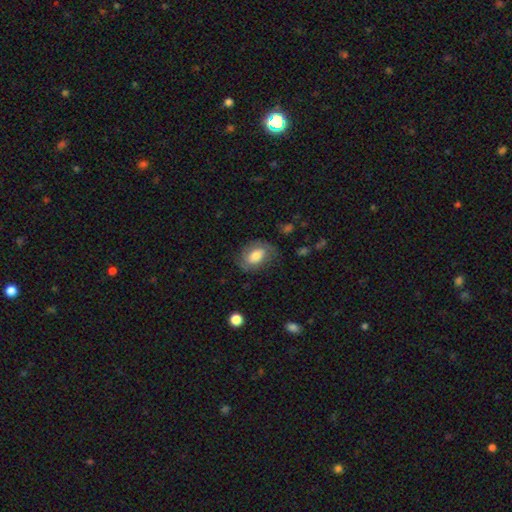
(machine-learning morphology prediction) smooth_or_featured: smooth (p=0.66) [alt: featured or disk p=0.26]
how_rounded: in between (p=0.82) [alt: round p=0.17]
merging: none (p=0.69) [alt: minor disturbance p=0.20]